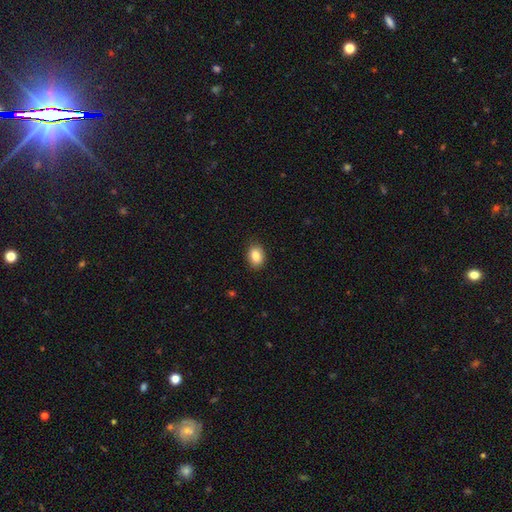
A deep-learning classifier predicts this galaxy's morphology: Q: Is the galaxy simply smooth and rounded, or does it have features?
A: smooth — 86%.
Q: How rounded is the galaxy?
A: in between — 73%.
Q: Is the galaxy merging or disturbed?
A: none — 88%.